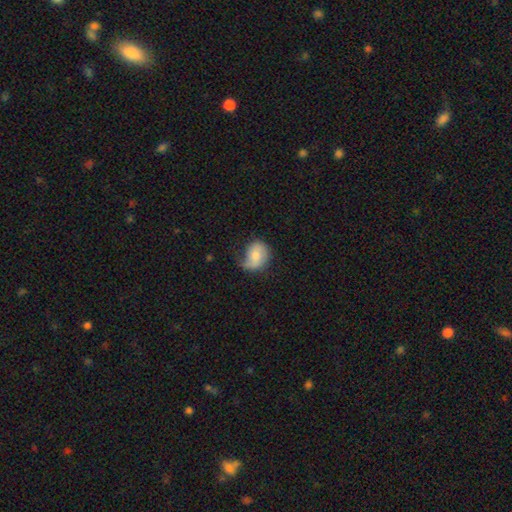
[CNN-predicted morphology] This appears to be a smooth galaxy with no disk features (58%) that is in between round and cigar-shaped (50%). Merging: none (41%).